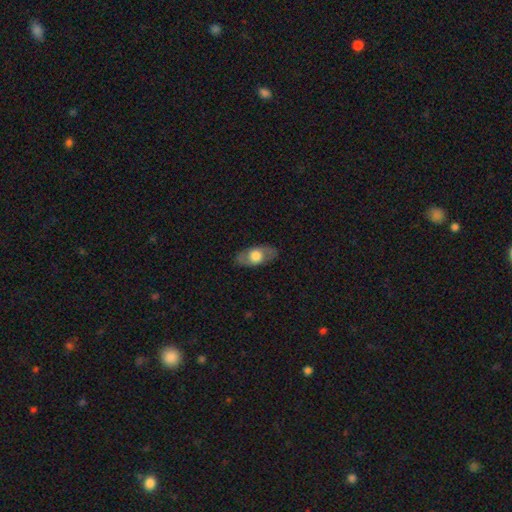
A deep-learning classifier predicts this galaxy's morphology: A smooth galaxy with no disk features (49%). Merging: none (83%).